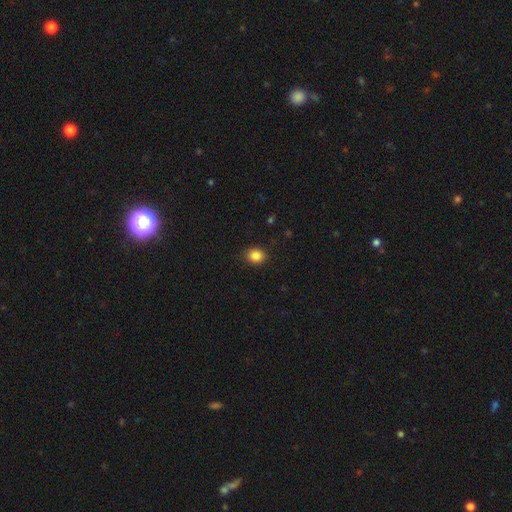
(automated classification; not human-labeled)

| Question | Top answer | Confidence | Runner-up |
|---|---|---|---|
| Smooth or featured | smooth | 86% | star or artifact (10%) |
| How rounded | round | 61% | in between (38%) |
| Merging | none | 87% | minor disturbance (10%) |